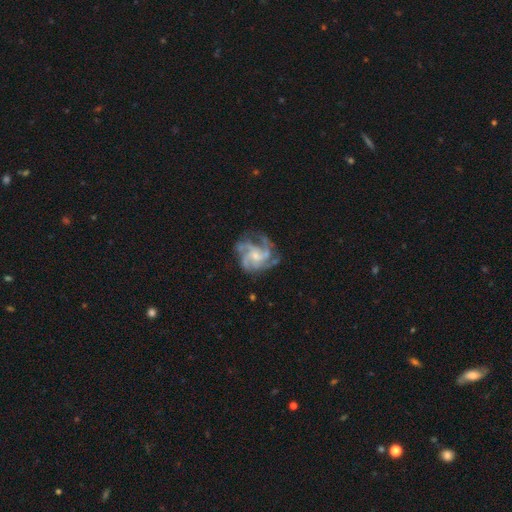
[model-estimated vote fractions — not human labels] Smooth or featured? featured or disk (88%)
Edge-on disk? no (98%)
Bar? no (67%)
Spiral arms? yes (97%)
Spiral winding? medium (49%)
Spiral arm count? 4 (41%)
Bulge size? small (53%)
Merging? none (68%)